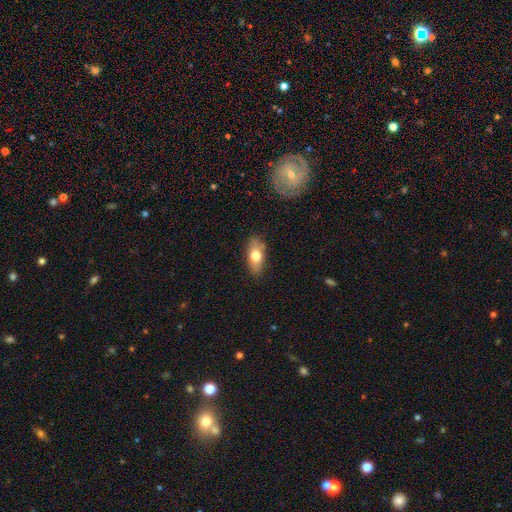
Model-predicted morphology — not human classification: The model was most divided on "smooth or featured": smooth: 73%, featured or disk: 20%, star or artifact: 7%. More confident: how rounded — in between (83%); merging — none (82%).